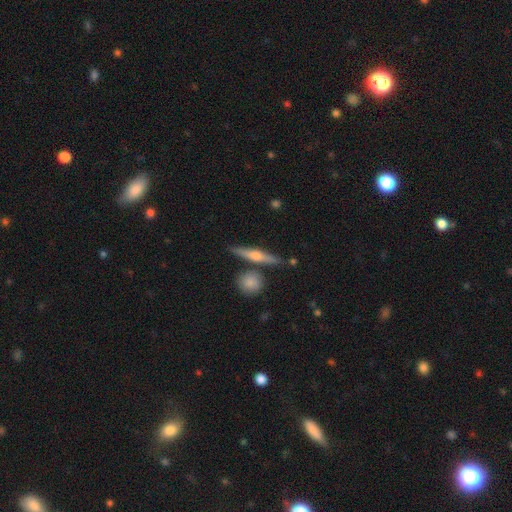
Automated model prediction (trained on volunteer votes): Smooth or featured? featured or disk (64%)
Edge-on disk? yes (96%)
Edge-on bulge? rounded (89%)
Merging? none (82%)